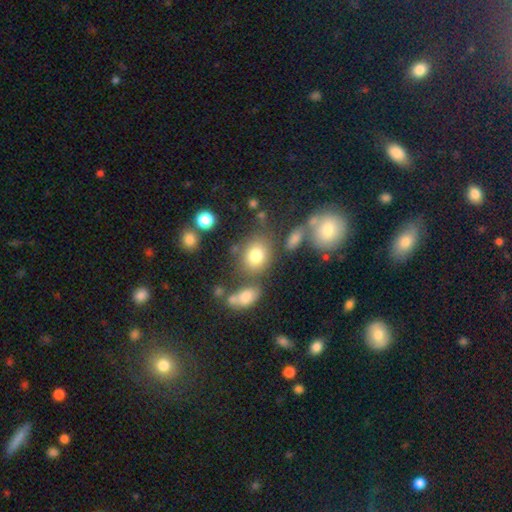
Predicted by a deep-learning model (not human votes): A smooth galaxy with no disk features (78%) that is round (56%). Merging: none (66%).